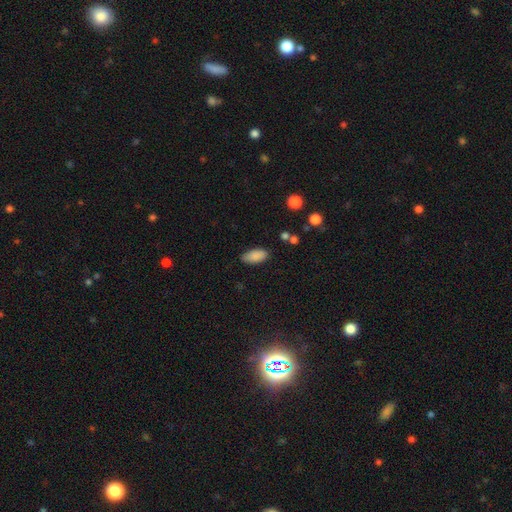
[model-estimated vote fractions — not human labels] Smooth or featured? Predicted: smooth (p=0.87). How rounded? Predicted: in between (p=0.91). Merging? Predicted: none (p=0.83).